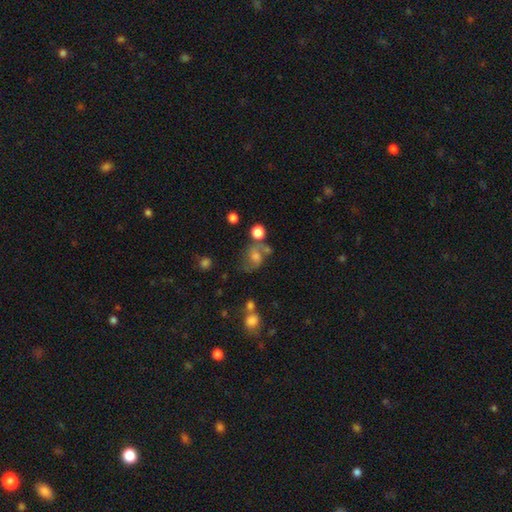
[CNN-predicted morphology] A featured or disk galaxy (48%).

Vote fractions:
- Smooth or featured? featured or disk: 48% / smooth: 33% / star or artifact: 19%
- Merging? none: 54% / minor disturbance: 19% / merger: 16% / major disturbance: 11%